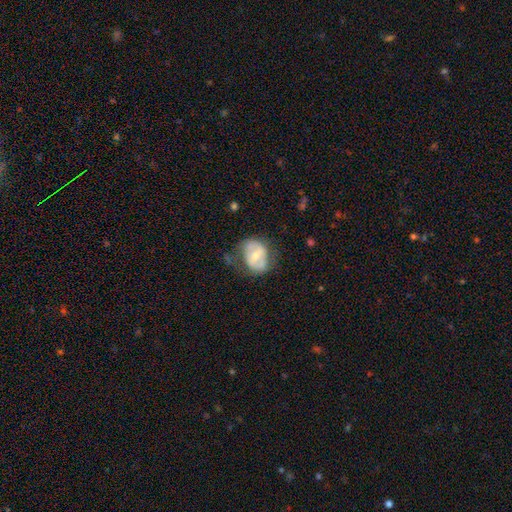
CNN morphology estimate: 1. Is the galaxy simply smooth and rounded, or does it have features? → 49% featured or disk, 45% smooth, 6% star or artifact.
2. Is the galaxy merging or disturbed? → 53% none, 28% minor disturbance, 17% major disturbance, 2% merger.